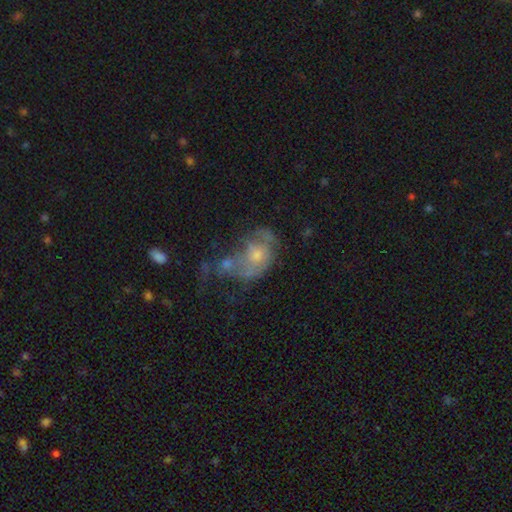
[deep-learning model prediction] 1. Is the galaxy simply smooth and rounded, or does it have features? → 57% featured or disk, 33% smooth, 10% star or artifact.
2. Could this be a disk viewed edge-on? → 97% no, 3% yes.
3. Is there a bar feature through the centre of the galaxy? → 84% no, 14% weak, 2% strong.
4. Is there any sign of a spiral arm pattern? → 51% no, 49% yes.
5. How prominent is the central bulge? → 46% moderate, 41% small, 7% none, 5% large, 2% dominant.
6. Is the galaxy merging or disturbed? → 36% major disturbance, 27% merger, 20% none, 17% minor disturbance.